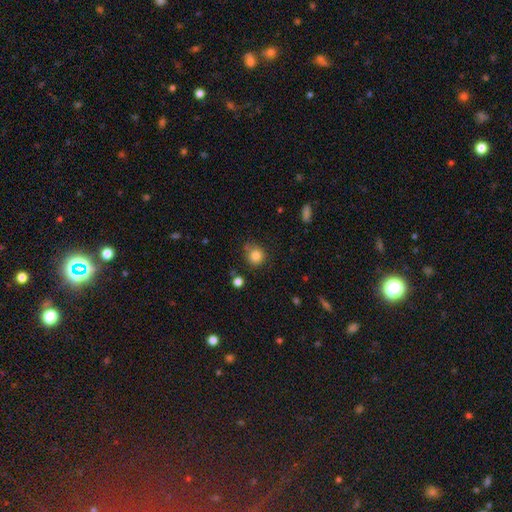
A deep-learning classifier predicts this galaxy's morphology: type=smooth (82%); roundness=round (87%); merging=none (73%).